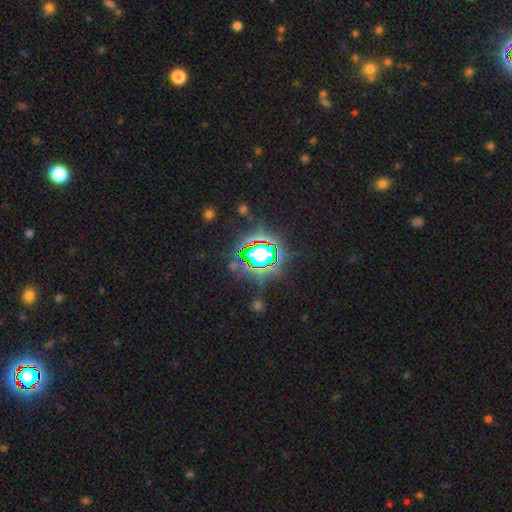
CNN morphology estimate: Smooth or featured? star or artifact (78%)